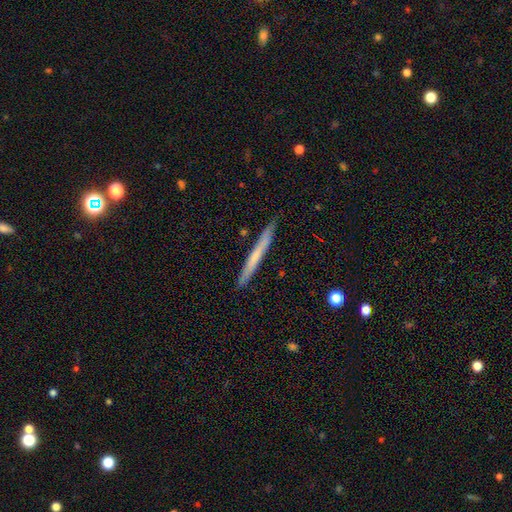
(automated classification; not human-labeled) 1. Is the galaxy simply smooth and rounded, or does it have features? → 53% smooth, 41% featured or disk, 6% star or artifact.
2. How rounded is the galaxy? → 97% cigar-shaped, 2% in between, 1% round.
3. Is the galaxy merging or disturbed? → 89% none, 8% minor disturbance, 1% major disturbance, 1% merger.